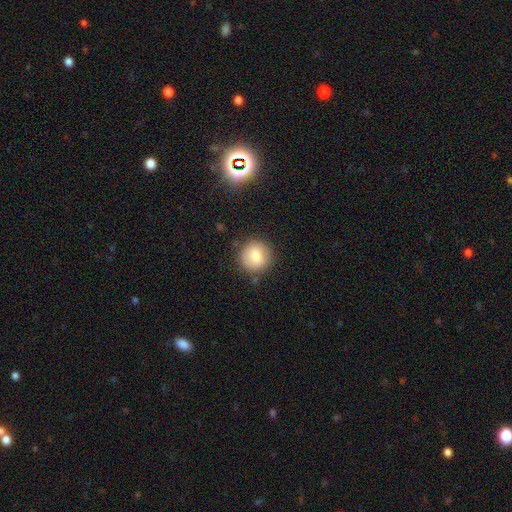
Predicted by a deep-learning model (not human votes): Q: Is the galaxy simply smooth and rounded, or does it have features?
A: smooth — 78%.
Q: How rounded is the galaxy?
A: round — 93%.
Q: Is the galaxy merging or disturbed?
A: none — 85%.